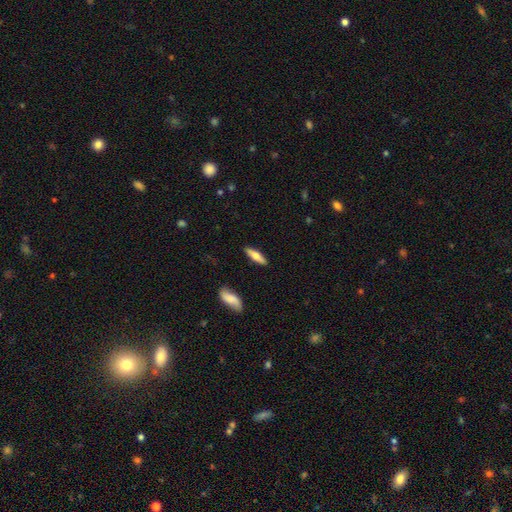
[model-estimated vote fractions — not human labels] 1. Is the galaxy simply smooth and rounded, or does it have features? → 57% smooth, 37% featured or disk, 6% star or artifact.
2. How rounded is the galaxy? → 56% cigar-shaped, 41% in between, 2% round.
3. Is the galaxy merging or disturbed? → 88% none, 8% minor disturbance, 2% major disturbance, 2% merger.